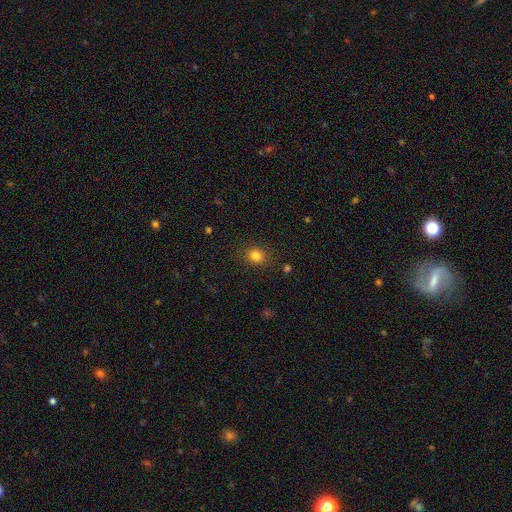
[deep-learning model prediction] smooth 82%, star or artifact 13%, featured or disk 6%. Down the decision tree: how rounded — round (70%); merging — none (87%).